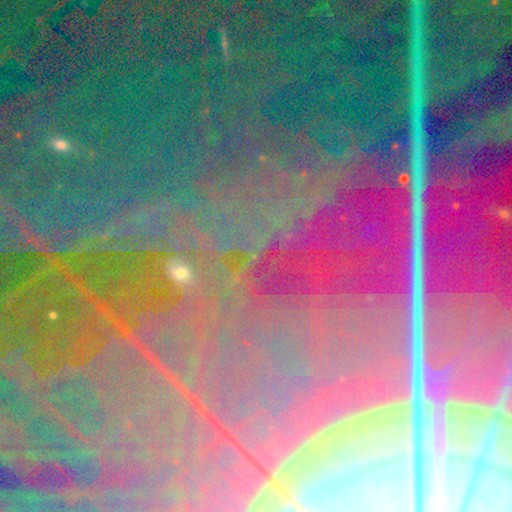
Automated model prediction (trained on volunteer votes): Morphology: type=star or artifact (85%).